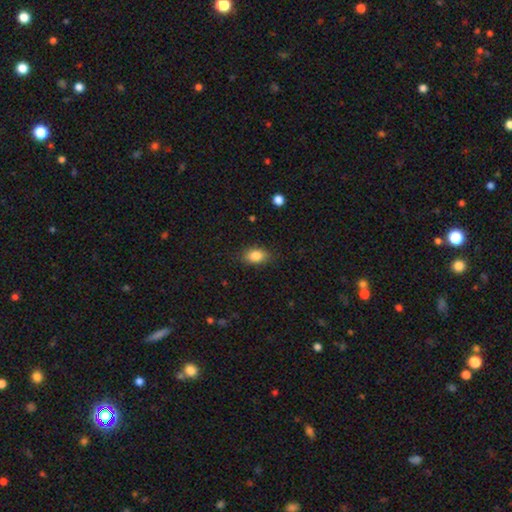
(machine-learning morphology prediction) smooth 85%, star or artifact 8%, featured or disk 6%. Down the decision tree: how rounded — in between (85%); merging — none (84%).